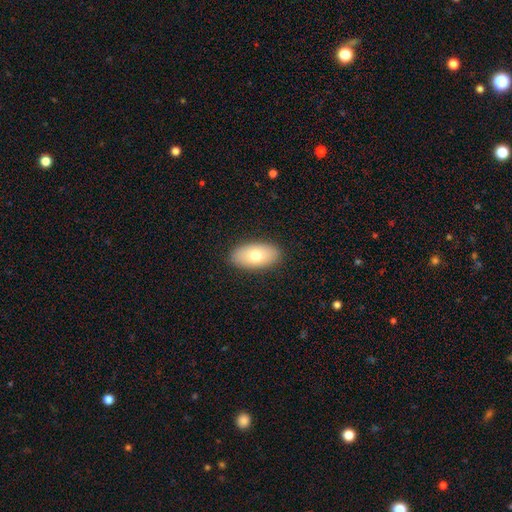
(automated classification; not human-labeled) Q: Smooth or featured?
A: smooth (73%); runner-up: featured or disk (20%)
Q: How rounded?
A: in between (93%); runner-up: round (4%)
Q: Merging?
A: none (90%); runner-up: minor disturbance (8%)